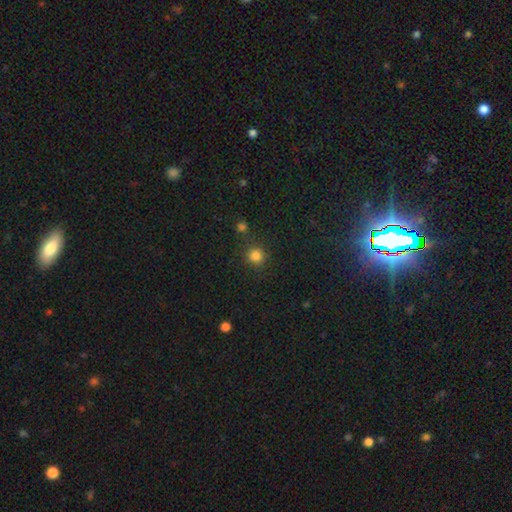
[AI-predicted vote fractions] Overall: smooth (82%). How rounded: round (92%). Merging: none (83%).